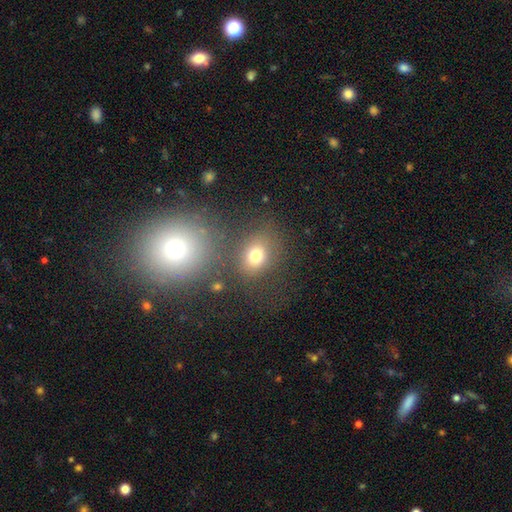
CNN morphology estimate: Overall: smooth (74%). How rounded: round (58%; in between 41%). Merging: none (68%).